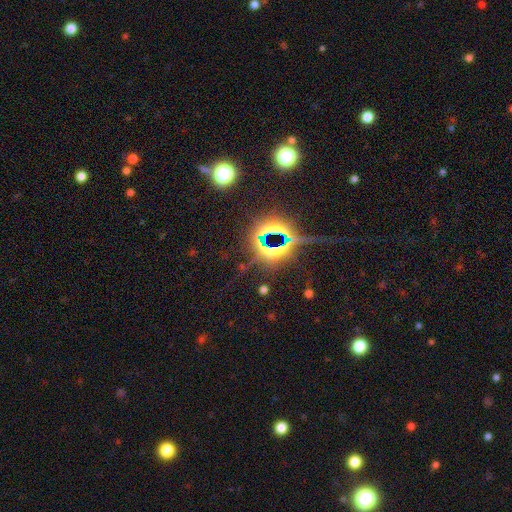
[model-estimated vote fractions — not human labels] Overall: star or artifact (82%).